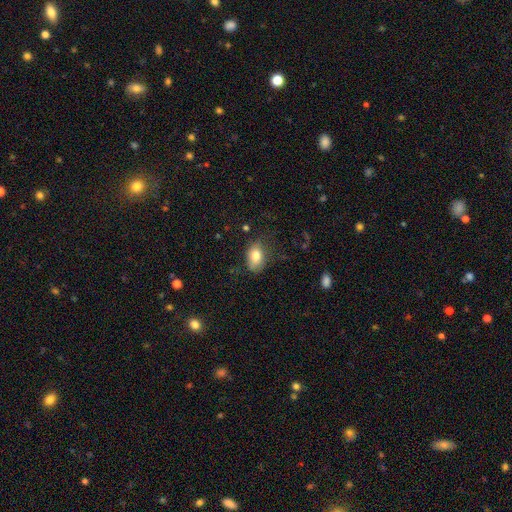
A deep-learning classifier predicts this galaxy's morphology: Q: Smooth or featured?
A: smooth (79%); runner-up: featured or disk (12%)
Q: How rounded?
A: in between (84%); runner-up: round (14%)
Q: Merging?
A: none (65%); runner-up: minor disturbance (25%)